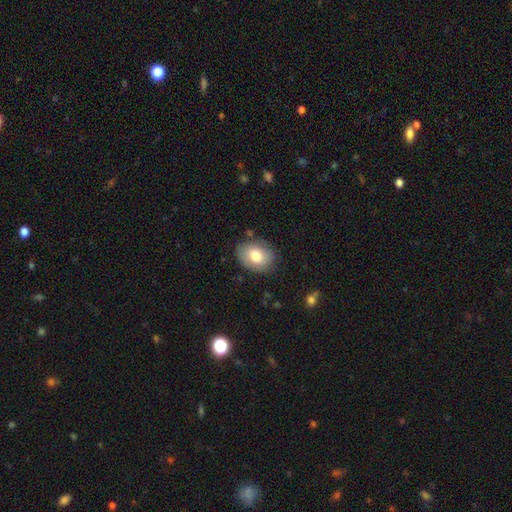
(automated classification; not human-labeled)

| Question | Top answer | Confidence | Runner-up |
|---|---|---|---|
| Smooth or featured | smooth | 77% | featured or disk (16%) |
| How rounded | in between | 73% | round (26%) |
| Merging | none | 79% | minor disturbance (15%) |